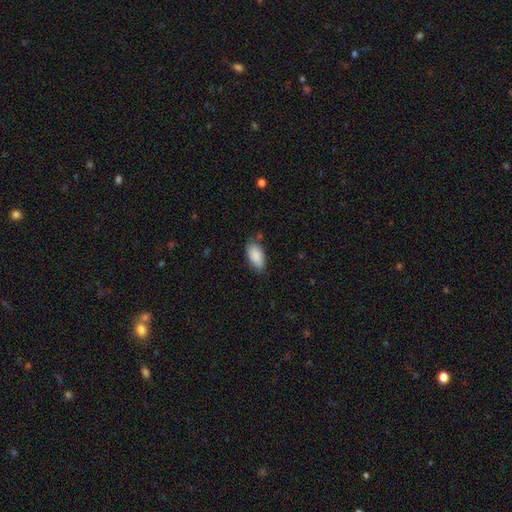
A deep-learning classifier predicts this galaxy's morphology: Smooth or featured? Predicted: smooth (p=0.88). How rounded? Predicted: in between (p=0.92). Merging? Predicted: none (p=0.71).